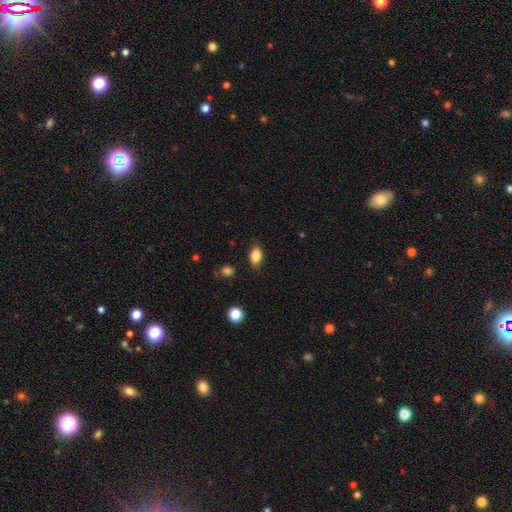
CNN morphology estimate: Overall: smooth (86%). How rounded: in between (85%). Merging: none (81%).